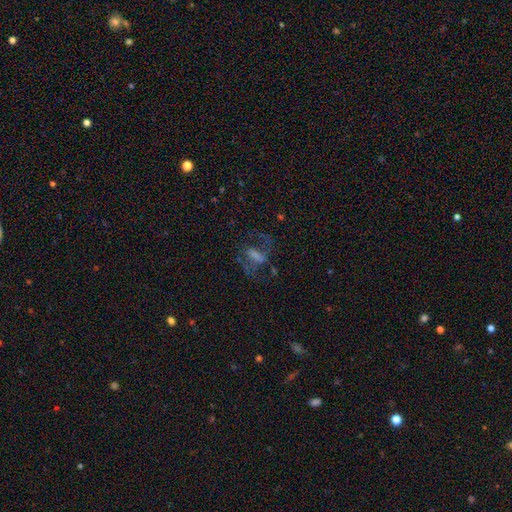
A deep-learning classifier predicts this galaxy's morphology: Smooth or featured?
  - featured or disk: 67% *
  - smooth: 18%
  - star or artifact: 16%
Edge-on disk?
  - no: 93% *
  - yes: 7%
Bar?
  - strong: 46% *
  - weak: 39%
  - no: 16%
Spiral arms?
  - yes: 83% *
  - no: 17%
Spiral winding?
  - medium: 49% *
  - loose: 38%
  - tight: 13%
Spiral arm count?
  - 2: 84% *
  - can't tell: 8%
  - 1: 4%
  - 3: 2%
  - 4: 1%
  - more than 4: 1%
Bulge size?
  - none: 35% *
  - moderate: 25%
  - small: 25%
  - large: 13%
  - dominant: 2%
Merging?
  - none: 65% *
  - major disturbance: 19%
  - minor disturbance: 14%
  - merger: 2%